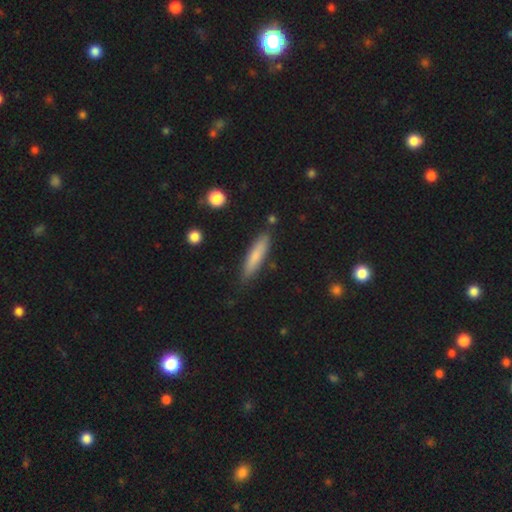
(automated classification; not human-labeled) Smooth or featured? smooth (75%)
How rounded? cigar-shaped (83%)
Merging? none (84%)